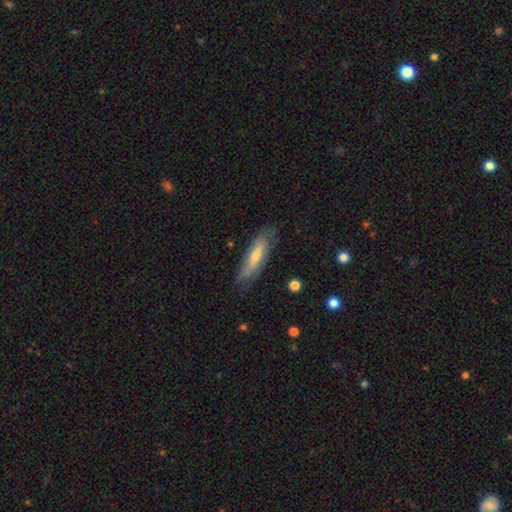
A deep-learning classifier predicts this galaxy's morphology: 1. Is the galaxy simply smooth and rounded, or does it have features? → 50% smooth, 44% featured or disk, 6% star or artifact.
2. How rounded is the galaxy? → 69% cigar-shaped, 30% in between, 2% round.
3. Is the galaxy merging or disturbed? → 77% none, 17% minor disturbance, 4% major disturbance, 1% merger.